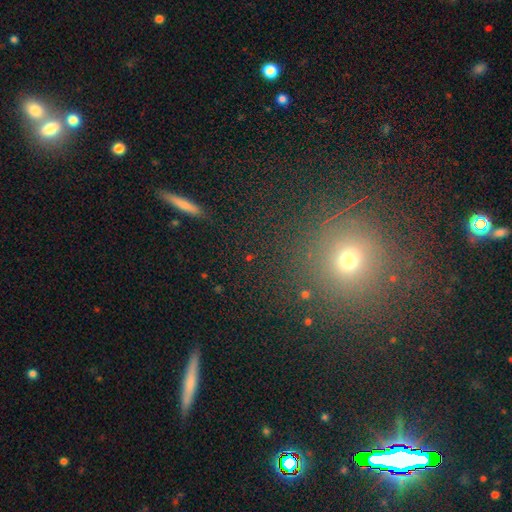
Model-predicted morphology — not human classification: The model was most divided on "smooth or featured": star or artifact: 44%, smooth: 38%, featured or disk: 18%.